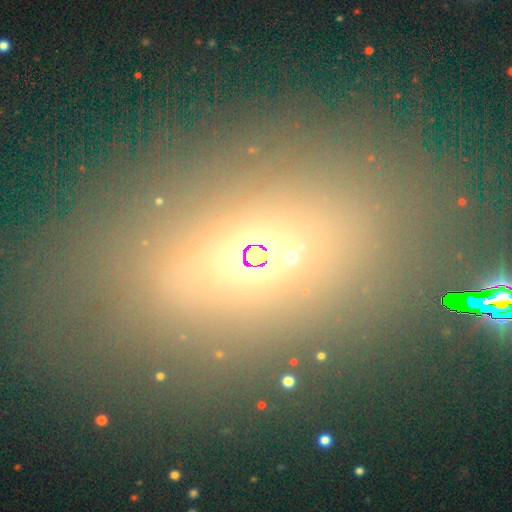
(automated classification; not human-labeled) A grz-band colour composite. It shows a smooth galaxy with no disk features (52%) that is in between round and cigar-shaped (69%). Merging: none (79%).